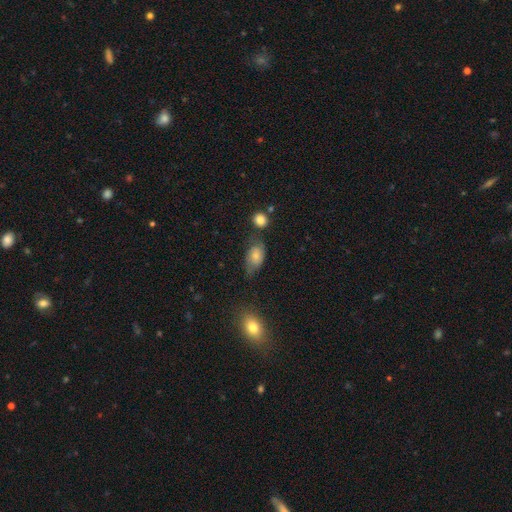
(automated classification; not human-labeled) Q: Smooth or featured?
A: smooth (69%); runner-up: featured or disk (22%)
Q: How rounded?
A: in between (86%); runner-up: round (12%)
Q: Merging?
A: none (45%); runner-up: minor disturbance (35%)